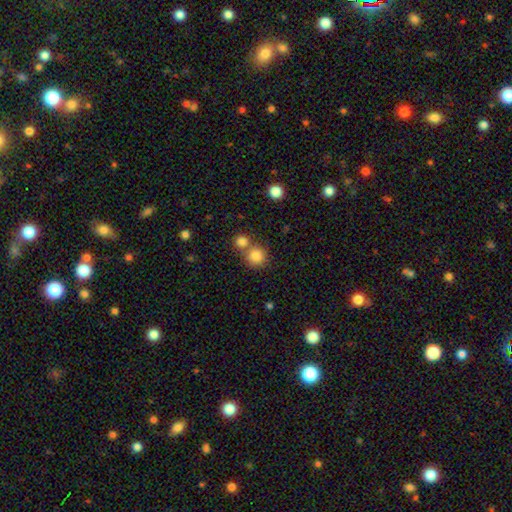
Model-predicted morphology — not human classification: Smooth or featured: smooth — 83% (star or artifact — 11%)
How rounded: round — 90% (in between — 9%)
Merging: none — 57% (merger — 33%)